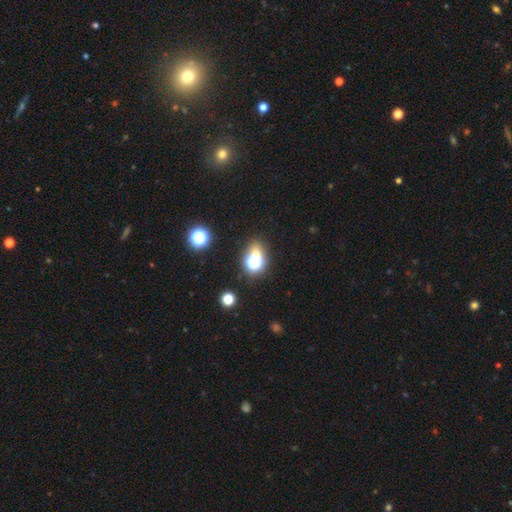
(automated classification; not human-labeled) Smooth or featured? smooth (51%)
How rounded? round (53%)
Merging? none (64%)